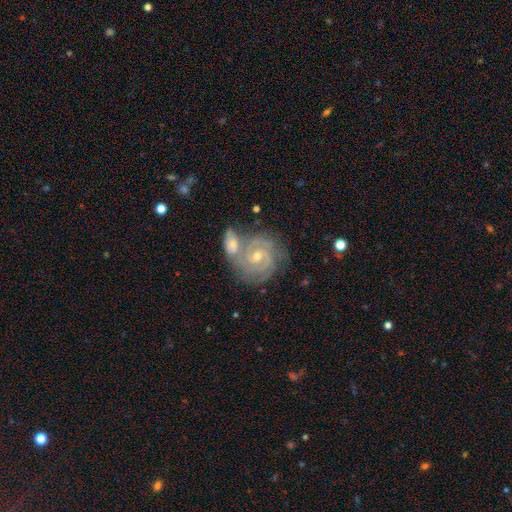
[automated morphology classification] Smooth or featured?
  - featured or disk: 83% *
  - smooth: 10%
  - star or artifact: 7%
Edge-on disk?
  - no: 97% *
  - yes: 3%
Bar?
  - no: 55% *
  - weak: 36%
  - strong: 9%
Spiral arms?
  - yes: 96% *
  - no: 4%
Spiral winding?
  - tight: 73% *
  - medium: 22%
  - loose: 4%
Spiral arm count?
  - 2: 35% *
  - can't tell: 26%
  - 3: 23%
  - 4: 7%
  - 1: 5%
  - more than 4: 5%
Bulge size?
  - small: 49% *
  - moderate: 48%
  - large: 1%
  - none: 1%
  - dominant: 1%
Merging?
  - none: 44% *
  - merger: 41%
  - minor disturbance: 11%
  - major disturbance: 5%